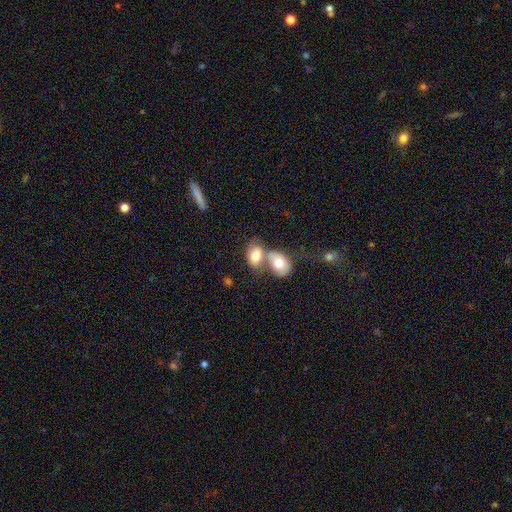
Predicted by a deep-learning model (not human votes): smooth-or-featured: smooth: 77% | featured or disk: 16% | star or artifact: 7%
  how-rounded: in between: 82% | round: 16% | cigar-shaped: 2%
  merging: merger: 65% | none: 23% | minor disturbance: 8% | major disturbance: 4%